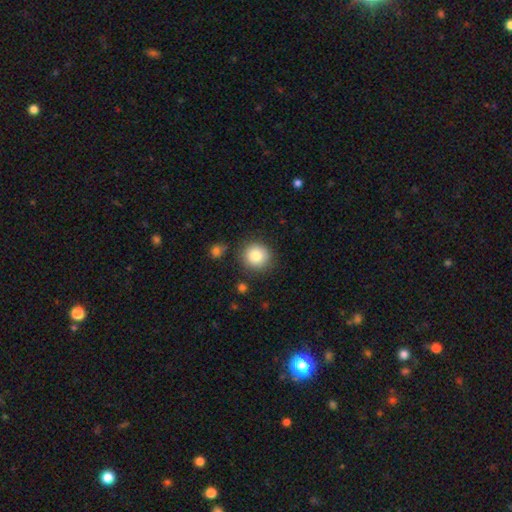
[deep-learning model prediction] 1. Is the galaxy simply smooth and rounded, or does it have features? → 83% smooth, 9% star or artifact, 8% featured or disk.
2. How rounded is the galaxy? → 92% round, 7% in between, 1% cigar-shaped.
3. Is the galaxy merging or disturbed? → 85% none, 9% minor disturbance, 3% merger, 3% major disturbance.